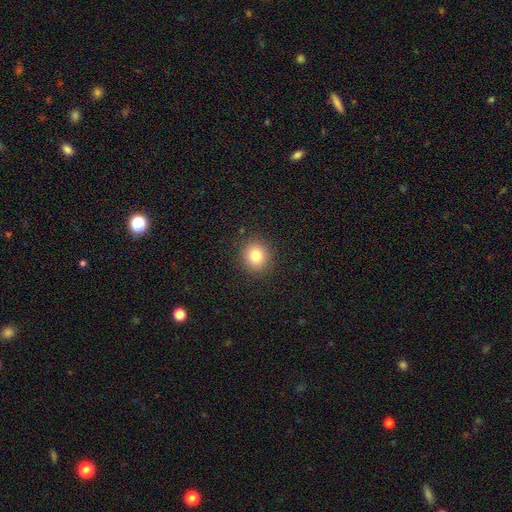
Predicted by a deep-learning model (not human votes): This appears to be a smooth galaxy with no disk features (80%) that is round (86%). Merging: none (90%).